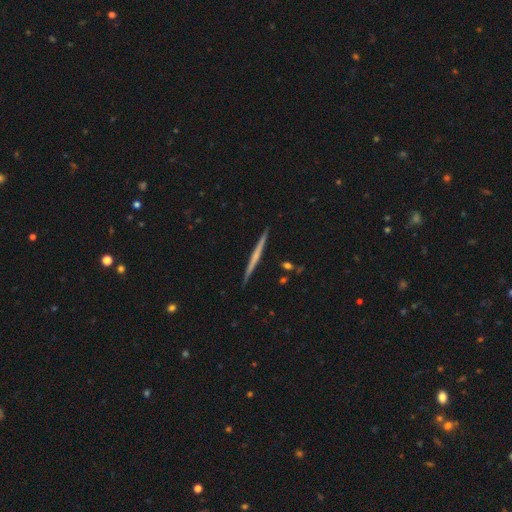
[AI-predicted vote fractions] This appears to be a featured or disk galaxy (58%) viewed edge-on (98%) with no central bulge (82%). Merging: none (92%).